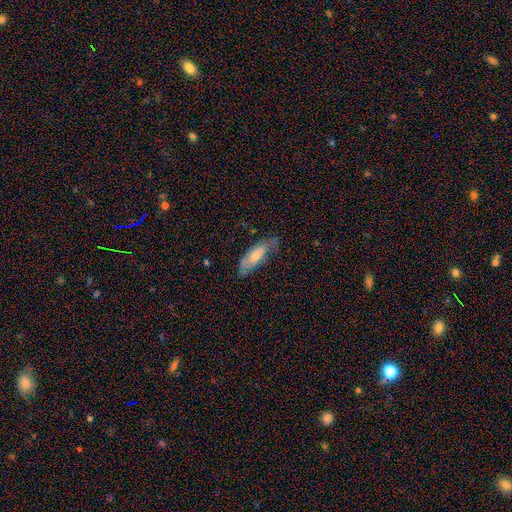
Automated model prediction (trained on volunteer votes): Smooth or featured? smooth (52%)
How rounded? in between (58%)
Merging? none (64%)